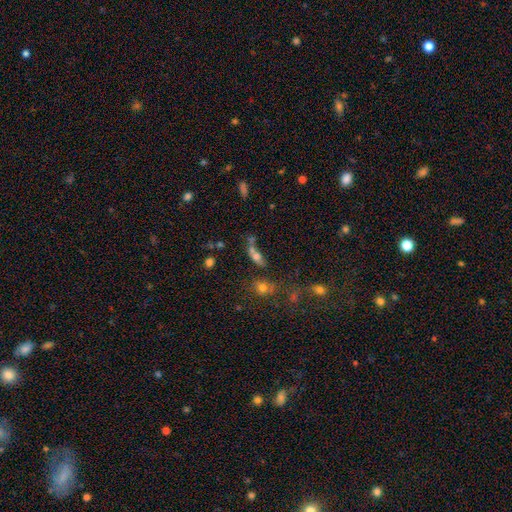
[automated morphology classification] type=smooth (58%); roundness=in between (59%); merging=none (38%, tied with merger).